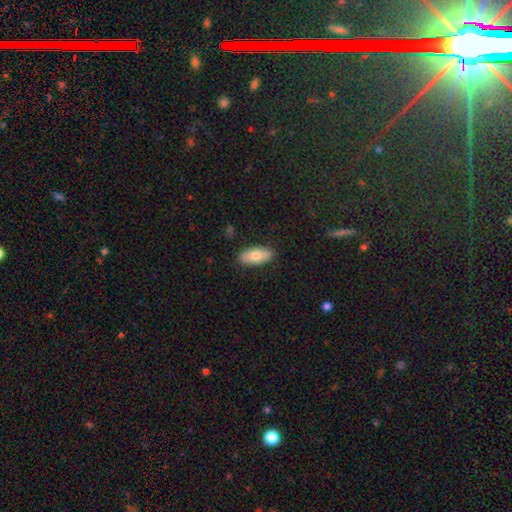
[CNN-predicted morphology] This appears to be a smooth galaxy with no disk features (72%) that is in between round and cigar-shaped (92%). Merging: none (86%).